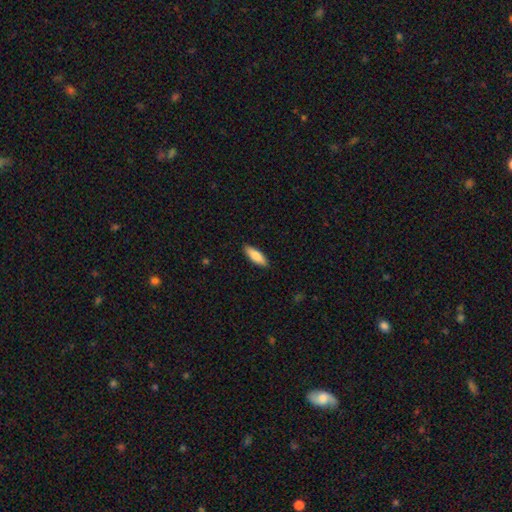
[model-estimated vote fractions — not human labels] Smooth or featured? Predicted: smooth (p=0.82). How rounded? Predicted: in between (p=0.56). Merging? Predicted: none (p=0.90).